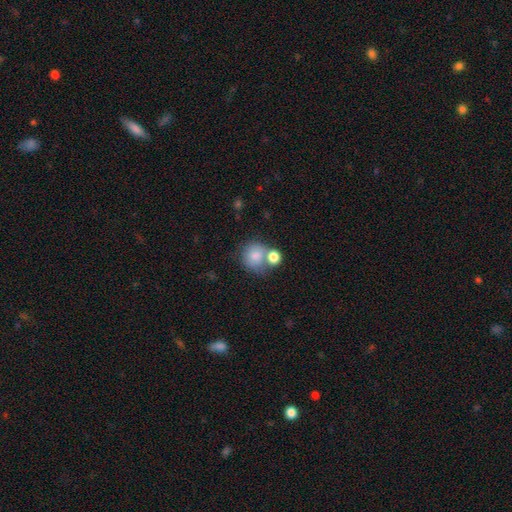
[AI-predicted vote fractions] Morphology: type=smooth (81%); roundness=round (82%); merging=none (42%).